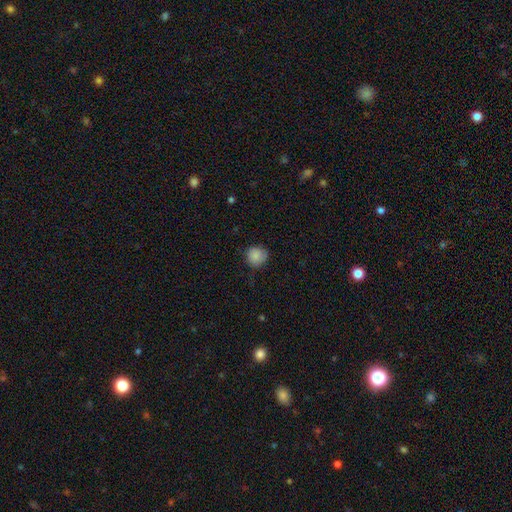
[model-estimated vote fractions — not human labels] The model was most divided on "merging": none: 77%, minor disturbance: 18%, major disturbance: 3%, merger: 1%. More confident: how rounded — round (90%); smooth or featured — smooth (87%).